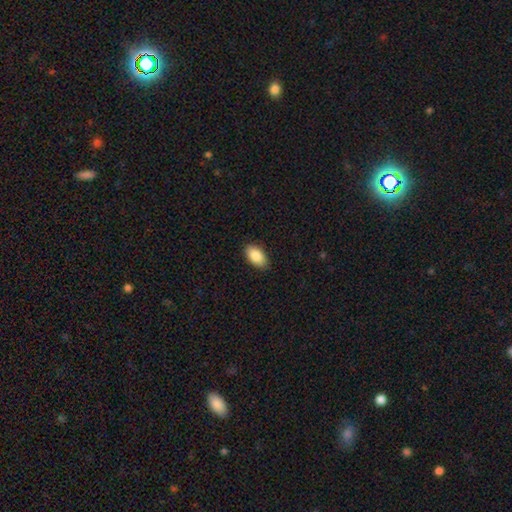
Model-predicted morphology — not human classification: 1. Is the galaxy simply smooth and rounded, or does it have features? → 88% smooth, 6% star or artifact, 5% featured or disk.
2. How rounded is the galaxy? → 95% in between, 3% round, 2% cigar-shaped.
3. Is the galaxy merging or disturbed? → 87% none, 11% minor disturbance, 2% major disturbance, 1% merger.